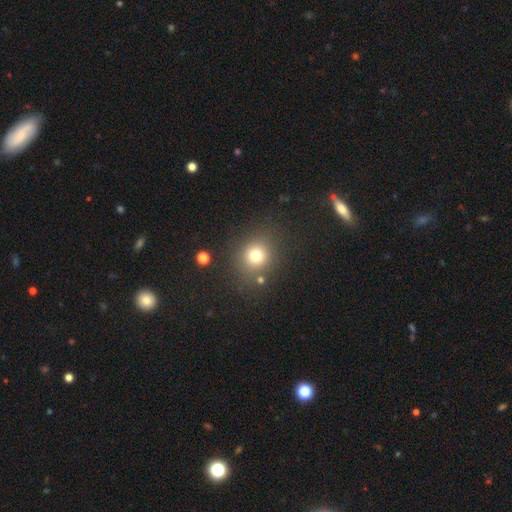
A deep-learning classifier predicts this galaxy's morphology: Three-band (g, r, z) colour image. It shows a smooth galaxy with no disk features (75%) that is round (82%). Merging: none (80%).